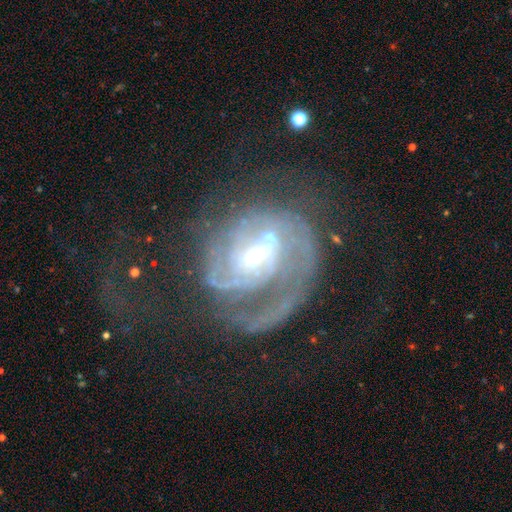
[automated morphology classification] The model was most divided on "merging": none: 40%, major disturbance: 38%, minor disturbance: 18%, merger: 5%. Remaining: edge-on disk — no (97%); spiral arms — yes (93%); smooth or featured — featured or disk (86%); bar — weak (53%); bulge size — moderate (48%); spiral winding — medium (42%); spiral arm count — 2 (39%).